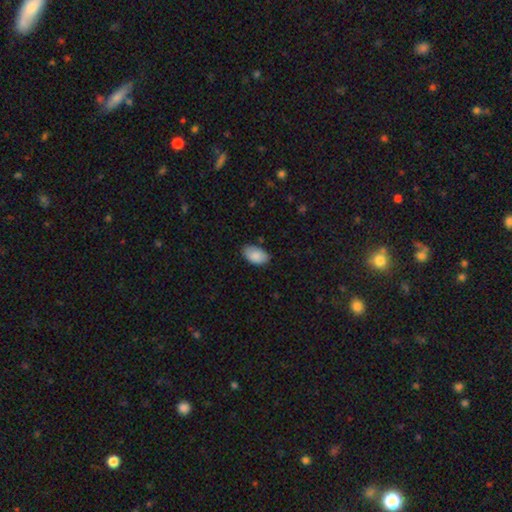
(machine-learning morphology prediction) type=smooth (87%); roundness=in between (93%); merging=none (77%).